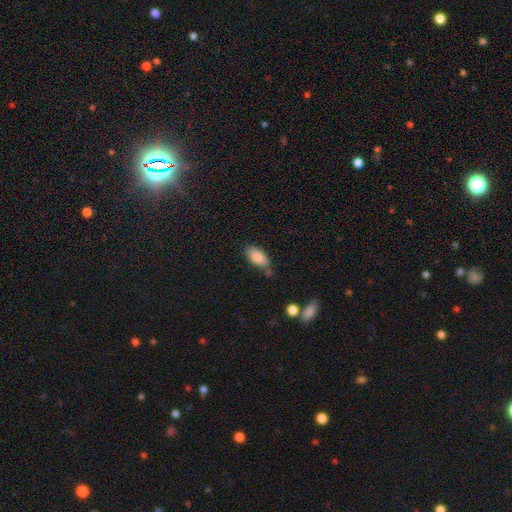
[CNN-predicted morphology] smooth-or-featured: smooth: 84% | star or artifact: 8% | featured or disk: 8%
  how-rounded: in between: 90% | cigar-shaped: 7% | round: 3%
  merging: none: 73% | minor disturbance: 18% | merger: 6% | major disturbance: 4%